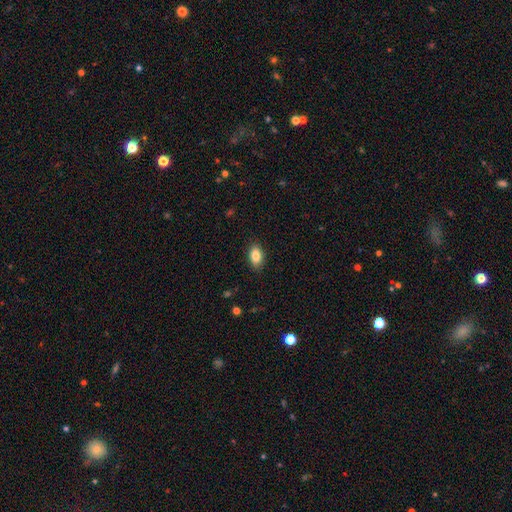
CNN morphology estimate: smooth_or_featured: smooth (p=0.85) [alt: star or artifact p=0.08]
how_rounded: in between (p=0.89) [alt: round p=0.09]
merging: none (p=0.88) [alt: minor disturbance p=0.09]